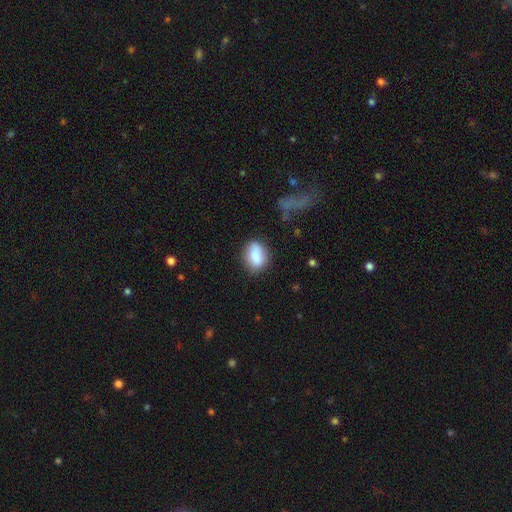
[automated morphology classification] Smooth or featured: smooth — 82% (featured or disk — 10%)
How rounded: in between — 72% (round — 25%)
Merging: none — 74% (minor disturbance — 18%)